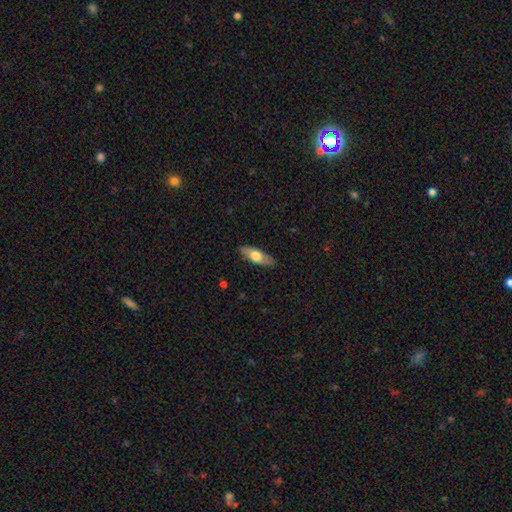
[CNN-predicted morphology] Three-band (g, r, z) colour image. It shows a smooth galaxy with no disk features (63%) that is in between round and cigar-shaped (64%). Merging: none (87%).